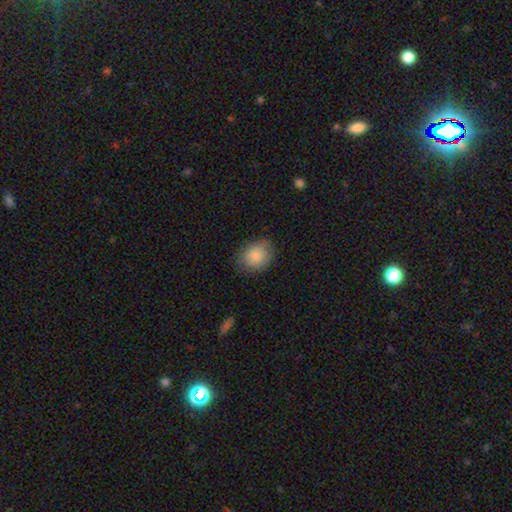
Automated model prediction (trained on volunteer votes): Morphology: type=smooth (83%); roundness=round (63%); merging=none (79%).